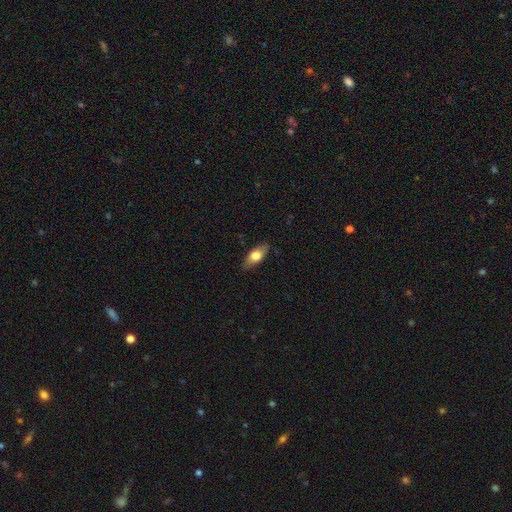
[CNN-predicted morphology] Smooth or featured? smooth (68%)
How rounded? in between (81%)
Merging? none (84%)